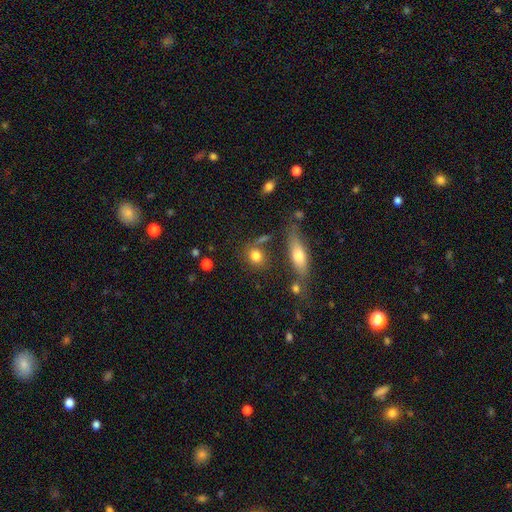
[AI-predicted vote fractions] smooth-or-featured: smooth: 80% | star or artifact: 11% | featured or disk: 9%
  how-rounded: round: 66% | in between: 30% | cigar-shaped: 4%
  merging: none: 69% | merger: 13% | minor disturbance: 12% | major disturbance: 5%